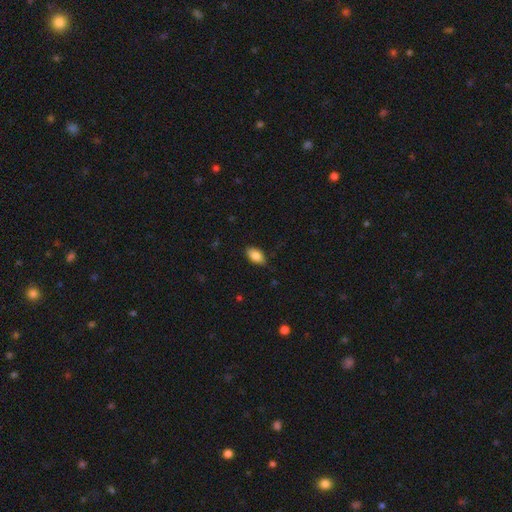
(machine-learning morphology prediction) Smooth or featured? Predicted: smooth (p=0.83). How rounded? Predicted: in between (p=0.91). Merging? Predicted: none (p=0.83).